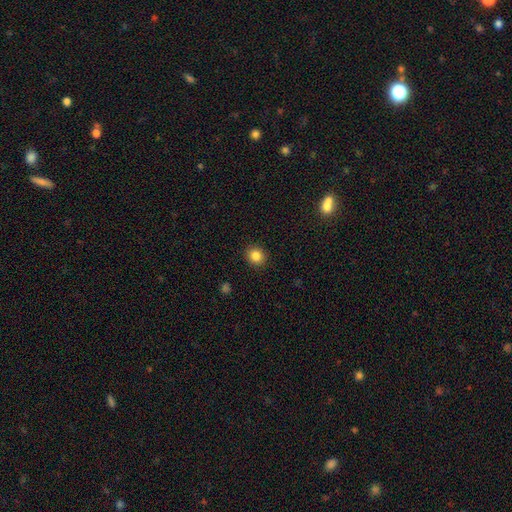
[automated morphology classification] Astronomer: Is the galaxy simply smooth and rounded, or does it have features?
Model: smooth — 84%.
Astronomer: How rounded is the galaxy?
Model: round — 78%.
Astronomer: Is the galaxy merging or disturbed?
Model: none — 91%.